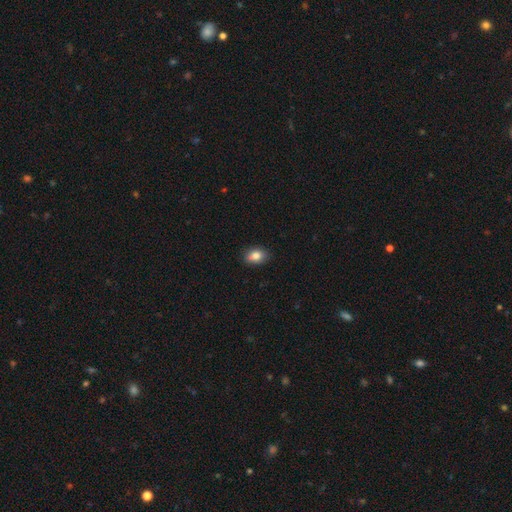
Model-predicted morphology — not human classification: smooth 84%, star or artifact 8%, featured or disk 8%. Down the decision tree: how rounded — in between (80%); merging — none (86%).